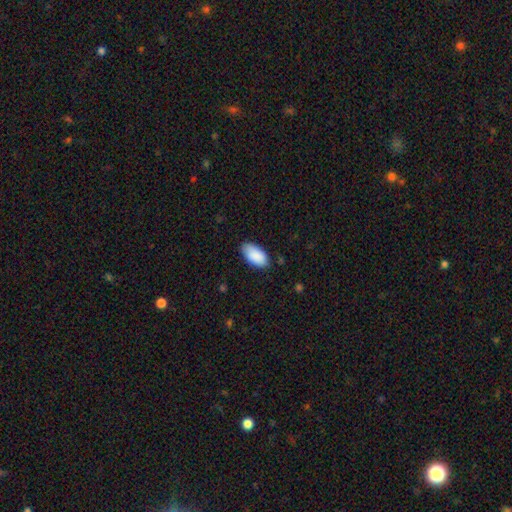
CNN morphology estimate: The model was most divided on "merging": none: 80%, minor disturbance: 16%, major disturbance: 2%, merger: 1%. More confident: how rounded — in between (95%); smooth or featured — smooth (90%).